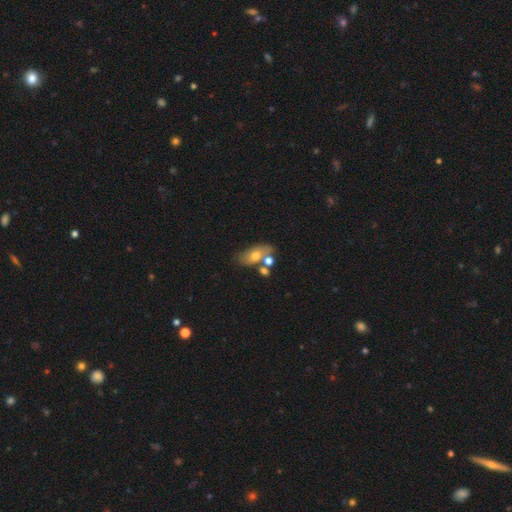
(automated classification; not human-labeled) A smooth galaxy with no disk features (60%) that is in between round and cigar-shaped (84%).

Vote fractions:
- Smooth or featured? smooth: 60% / featured or disk: 30% / star or artifact: 9%
- How rounded? in between: 84% / round: 9% / cigar-shaped: 6%
- Merging? none: 48% / merger: 28% / minor disturbance: 17% / major disturbance: 7%